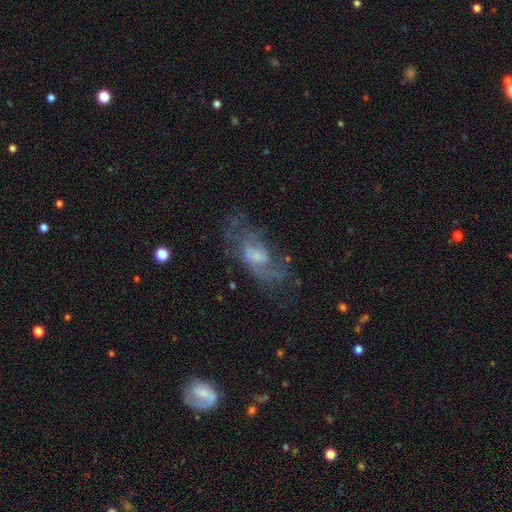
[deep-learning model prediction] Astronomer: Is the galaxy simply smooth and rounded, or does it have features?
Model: featured or disk — 67%.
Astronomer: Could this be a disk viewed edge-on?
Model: no — 91%.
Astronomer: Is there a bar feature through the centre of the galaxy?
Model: no — 51% (runner-up: weak, 41%).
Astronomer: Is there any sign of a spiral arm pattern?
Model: yes — 72%.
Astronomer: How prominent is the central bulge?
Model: small — 36% (runner-up: moderate, 35%).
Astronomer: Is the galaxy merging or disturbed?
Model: none — 57%.